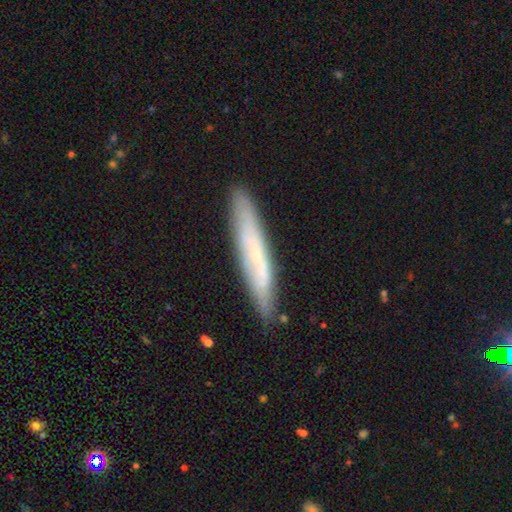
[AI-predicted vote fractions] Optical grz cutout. It shows a featured or disk galaxy (53%) viewed edge-on (70%). Merging: none (84%).